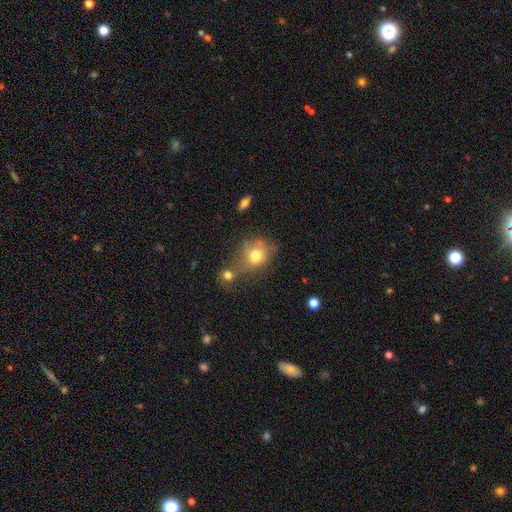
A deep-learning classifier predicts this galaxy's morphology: smooth 75%, featured or disk 13%, star or artifact 12%. Down the decision tree: how rounded — round (64%); merging — none (49%).